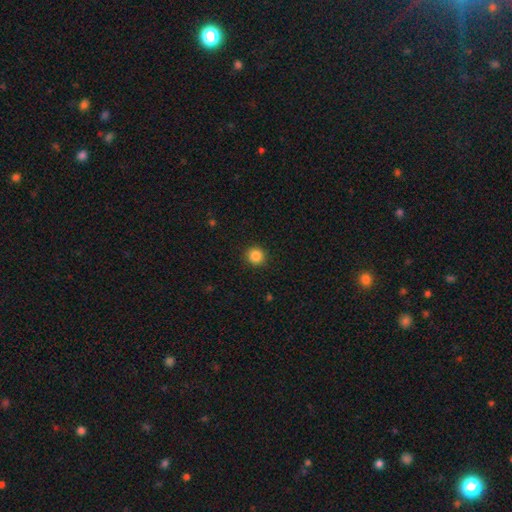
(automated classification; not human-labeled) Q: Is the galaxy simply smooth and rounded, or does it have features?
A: smooth — 86%.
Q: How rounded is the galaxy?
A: round — 93%.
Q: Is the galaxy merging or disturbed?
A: none — 92%.